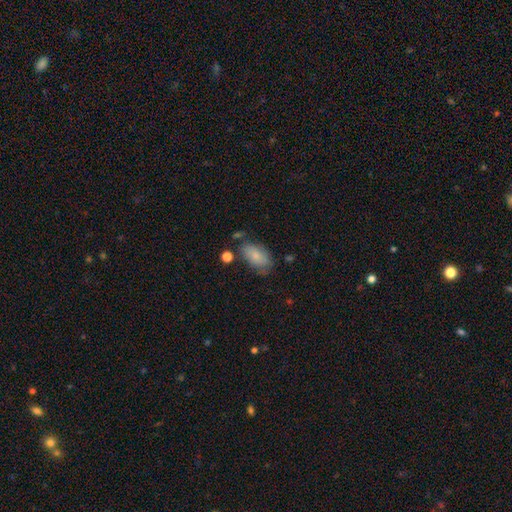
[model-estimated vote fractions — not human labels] Overall: smooth (80%). How rounded: in between (92%). Merging: none (63%; minor disturbance 24%).